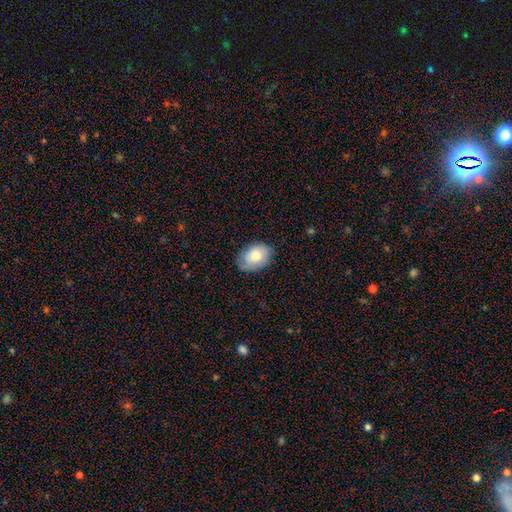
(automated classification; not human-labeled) Smooth or featured: smooth — 76% (featured or disk — 17%)
How rounded: in between — 84% (round — 15%)
Merging: none — 79% (minor disturbance — 17%)